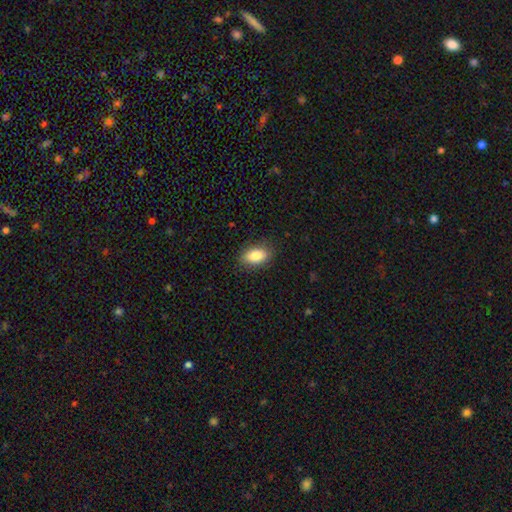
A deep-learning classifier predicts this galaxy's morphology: This appears to be a smooth galaxy with no disk features (84%) that is in between round and cigar-shaped (91%). Merging: none (86%).